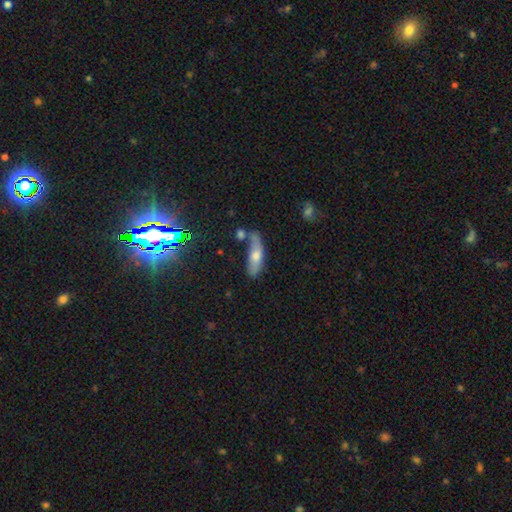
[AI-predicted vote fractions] A smooth galaxy with no disk features (58%) that is in between round and cigar-shaped (50%).

Vote fractions:
- Smooth or featured? smooth: 58% / featured or disk: 30% / star or artifact: 13%
- How rounded? in between: 50% / cigar-shaped: 47% / round: 3%
- Merging? none: 50% / minor disturbance: 24% / merger: 16% / major disturbance: 9%